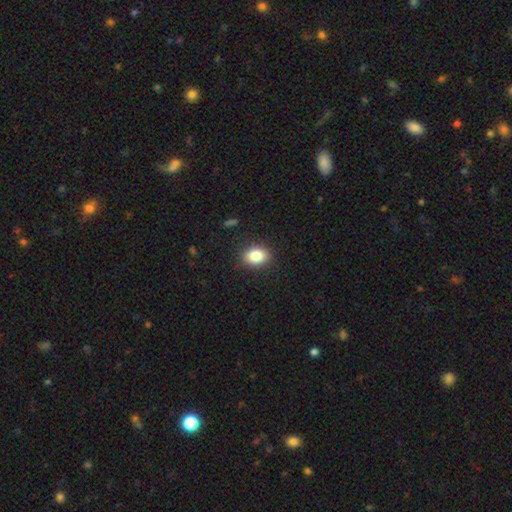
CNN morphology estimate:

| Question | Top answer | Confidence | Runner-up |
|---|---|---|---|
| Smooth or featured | smooth | 85% | star or artifact (9%) |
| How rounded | in between | 70% | round (29%) |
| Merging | none | 88% | minor disturbance (9%) |